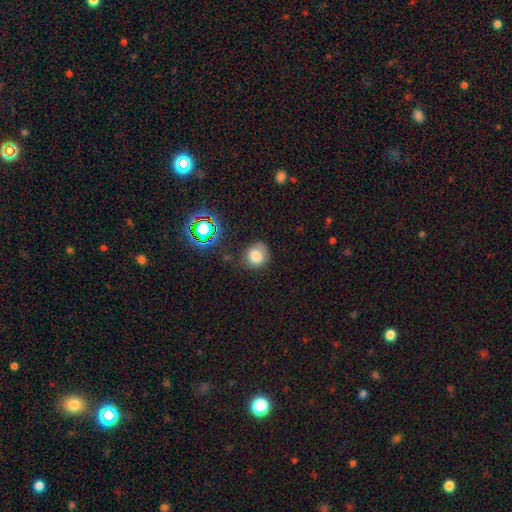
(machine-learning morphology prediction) Smooth or featured? smooth (74%)
How rounded? round (83%)
Merging? none (63%)